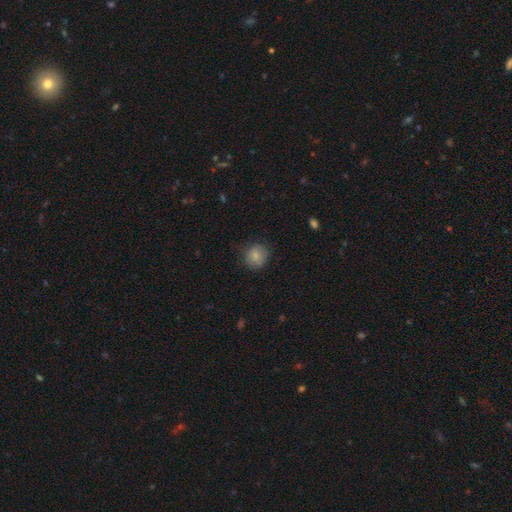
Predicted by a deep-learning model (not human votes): smooth_or_featured: smooth (p=0.84) [alt: star or artifact p=0.09]
how_rounded: round (p=0.83) [alt: in between p=0.16]
merging: none (p=0.78) [alt: minor disturbance p=0.16]